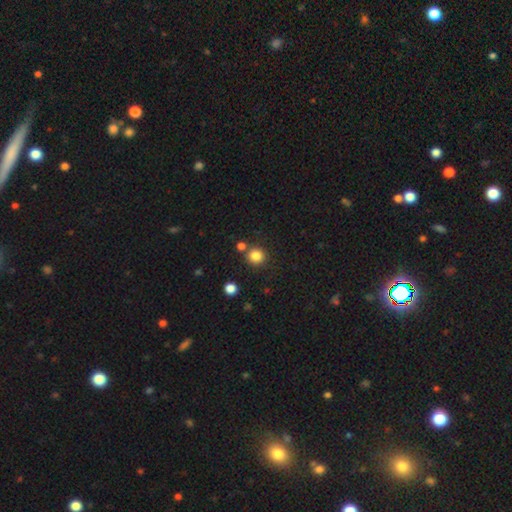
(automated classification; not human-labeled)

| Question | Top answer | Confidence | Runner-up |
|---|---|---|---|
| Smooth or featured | smooth | 84% | star or artifact (12%) |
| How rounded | round | 91% | in between (8%) |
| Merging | none | 80% | merger (10%) |